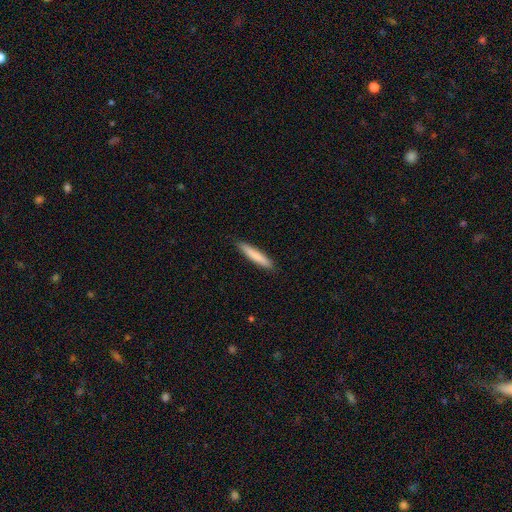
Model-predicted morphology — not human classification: This appears to be a smooth galaxy with no disk features (81%) that is cigar-shaped (92%). Merging: none (89%).